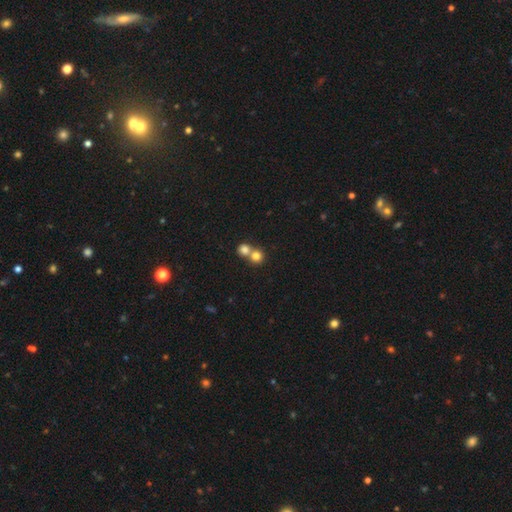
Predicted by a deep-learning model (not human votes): A smooth galaxy with no disk features (79%) that is round (87%). Merging: merger (52%).